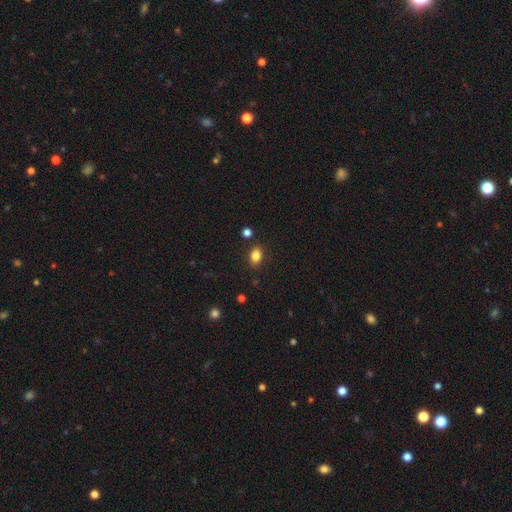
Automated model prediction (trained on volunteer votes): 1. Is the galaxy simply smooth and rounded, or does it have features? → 84% smooth, 10% star or artifact, 5% featured or disk.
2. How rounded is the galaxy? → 79% in between, 19% round, 2% cigar-shaped.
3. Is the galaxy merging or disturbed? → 85% none, 10% minor disturbance, 3% merger, 2% major disturbance.